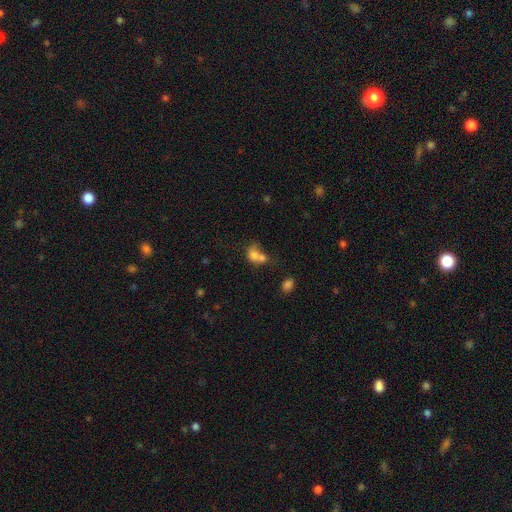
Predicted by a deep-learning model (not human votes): A smooth galaxy with no disk features (72%) that is round (55%).

Vote fractions:
- Smooth or featured? smooth: 72% / featured or disk: 16% / star or artifact: 11%
- How rounded? round: 55% / in between: 44% / cigar-shaped: 1%
- Merging? merger: 65% / none: 21% / minor disturbance: 8% / major disturbance: 6%